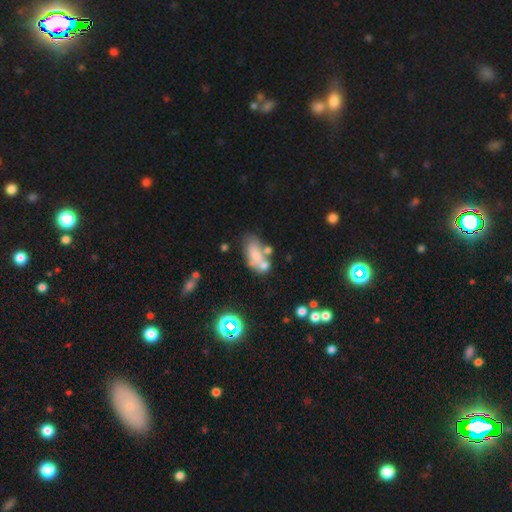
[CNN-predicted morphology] Q: Smooth or featured?
A: smooth (58%); runner-up: featured or disk (30%)
Q: How rounded?
A: in between (88%); runner-up: cigar-shaped (8%)
Q: Merging?
A: none (36%); runner-up: merger (32%)